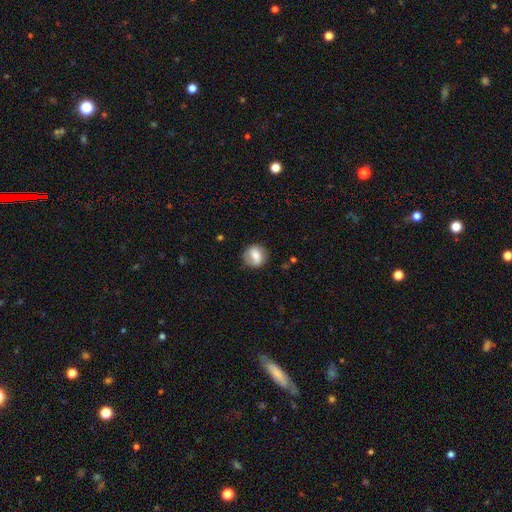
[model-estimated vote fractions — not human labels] Q: Smooth or featured?
A: smooth (63%); runner-up: featured or disk (29%)
Q: How rounded?
A: round (83%); runner-up: in between (15%)
Q: Merging?
A: none (81%); runner-up: minor disturbance (14%)